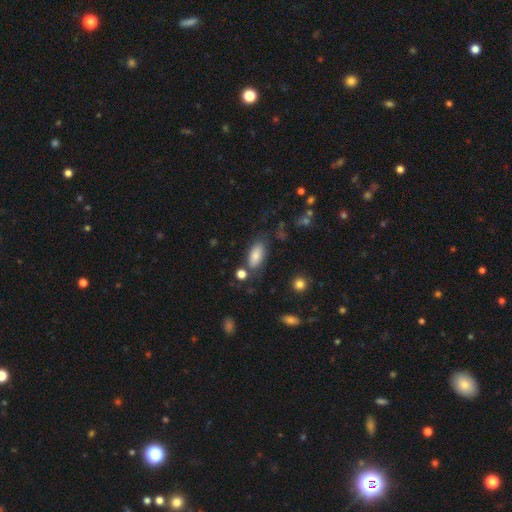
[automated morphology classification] The model was most divided on "merging": none: 69%, minor disturbance: 18%, merger: 8%, major disturbance: 6%. More confident: how rounded — in between (88%); smooth or featured — smooth (81%).